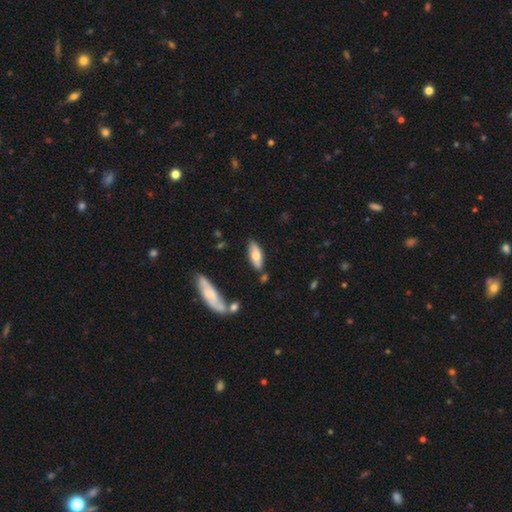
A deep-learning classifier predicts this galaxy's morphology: The model was most divided on "smooth or featured": smooth: 65%, featured or disk: 29%, star or artifact: 6%. More confident: merging — none (79%); how rounded — in between (72%).